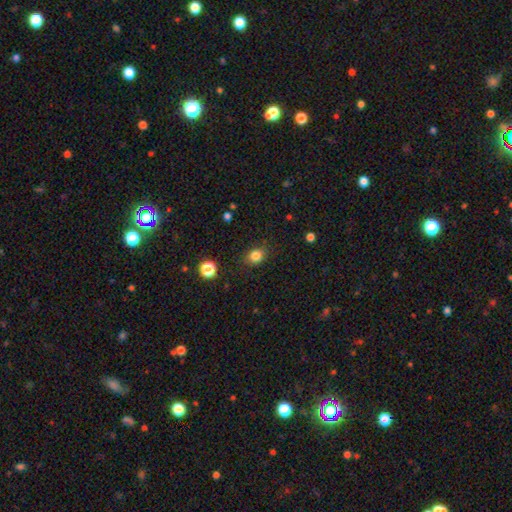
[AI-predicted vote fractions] smooth_or_featured: smooth (p=0.83) [alt: star or artifact p=0.12]
how_rounded: round (p=0.57) [alt: in between p=0.42]
merging: none (p=0.85) [alt: minor disturbance p=0.10]